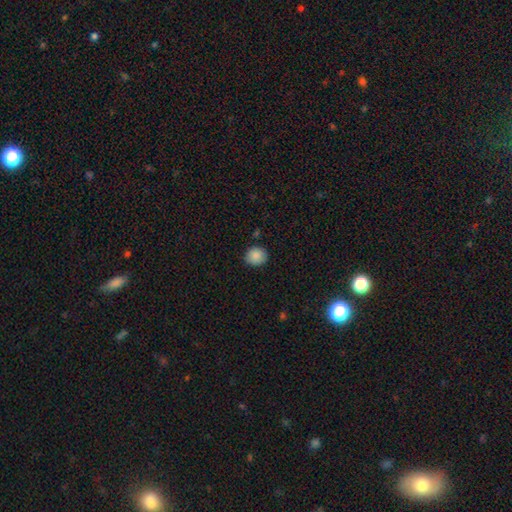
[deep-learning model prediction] Smooth or featured?
  - smooth: 87% *
  - star or artifact: 9%
  - featured or disk: 5%
How rounded?
  - round: 79% *
  - in between: 20%
  - cigar-shaped: 1%
Merging?
  - none: 86% *
  - minor disturbance: 11%
  - major disturbance: 2%
  - merger: 1%